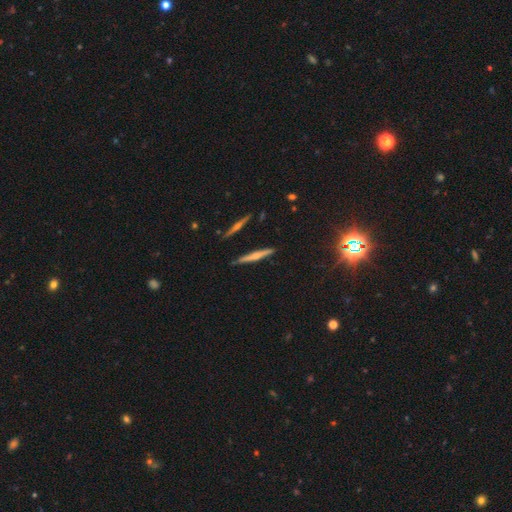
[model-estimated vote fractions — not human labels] A featured or disk galaxy (59%) viewed edge-on (97%) with a rounded central bulge (62%). Merging: none (87%).